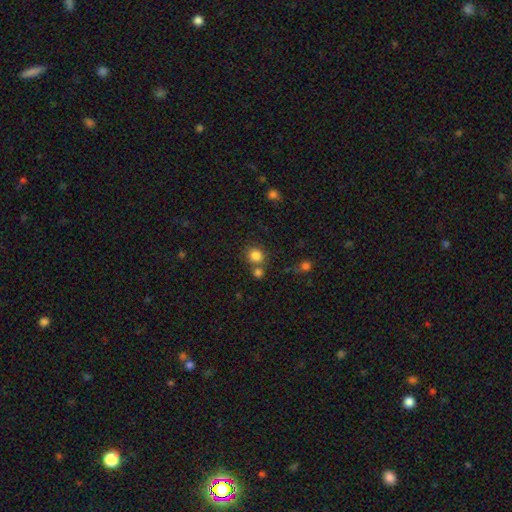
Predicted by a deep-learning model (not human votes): A smooth galaxy with no disk features (82%) that is round (86%).

Vote fractions:
- Smooth or featured? smooth: 82% / star or artifact: 12% / featured or disk: 5%
- How rounded? round: 86% / in between: 14% / cigar-shaped: 1%
- Merging? none: 67% / merger: 21% / minor disturbance: 9% / major disturbance: 4%